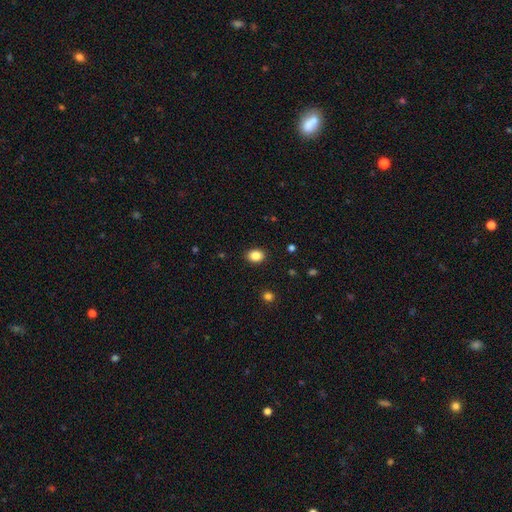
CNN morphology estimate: This appears to be a smooth galaxy with no disk features (86%) that is in between round and cigar-shaped (58%). Merging: none (90%).